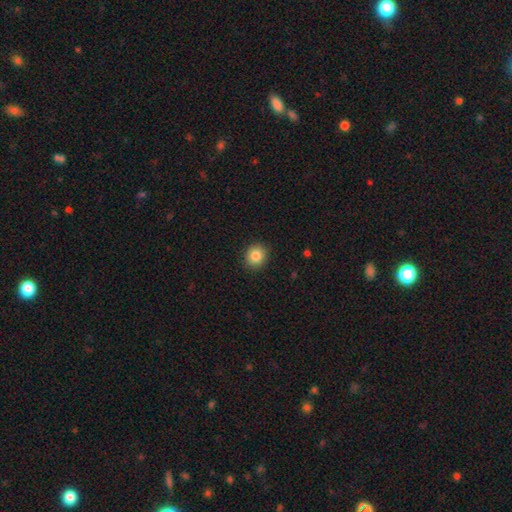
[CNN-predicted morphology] type=smooth (85%); roundness=round (82%); merging=none (90%).